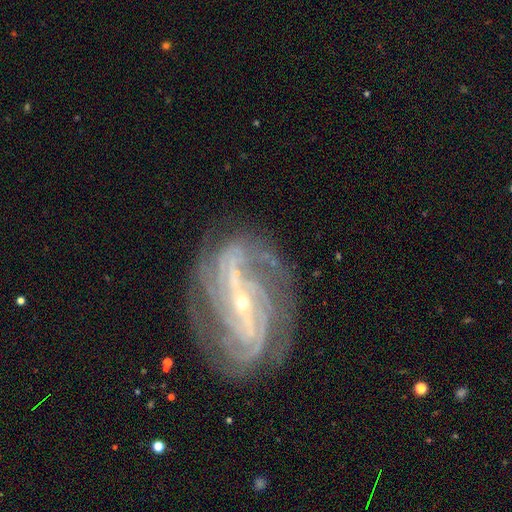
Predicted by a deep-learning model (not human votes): This appears to be a featured or disk galaxy (89%) with a strong bar (66%), 2 (40%) tight (51%) spiral arms (96%) and a small central bulge (78%). Merging: none (76%).